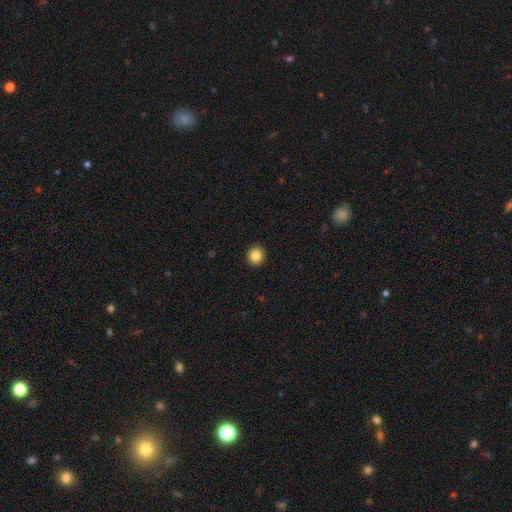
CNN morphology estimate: A smooth galaxy with no disk features (85%) that is round (91%). Merging: none (93%).